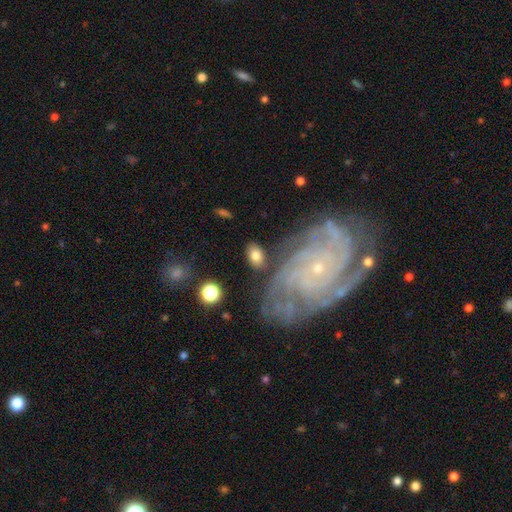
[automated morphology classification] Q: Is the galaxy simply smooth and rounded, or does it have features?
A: smooth — 70%.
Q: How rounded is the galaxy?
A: in between — 86%.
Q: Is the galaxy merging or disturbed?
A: none — 76%.